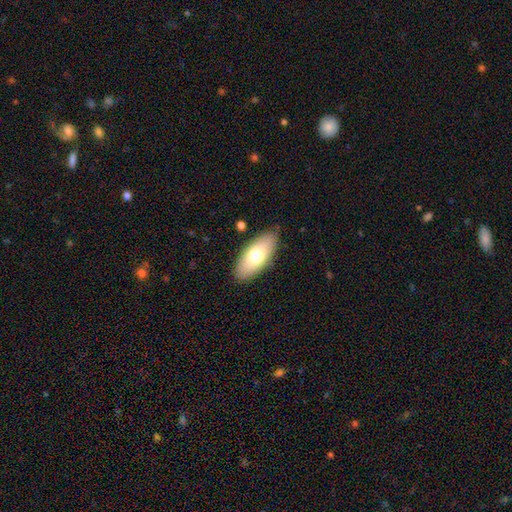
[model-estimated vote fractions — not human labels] Overall: smooth (72%). How rounded: in between (85%). Merging: none (86%).